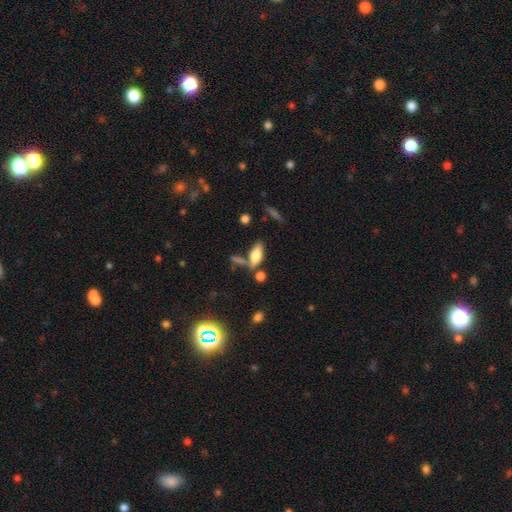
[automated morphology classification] Smooth or featured? smooth (64%)
How rounded? in between (70%)
Merging? none (59%)